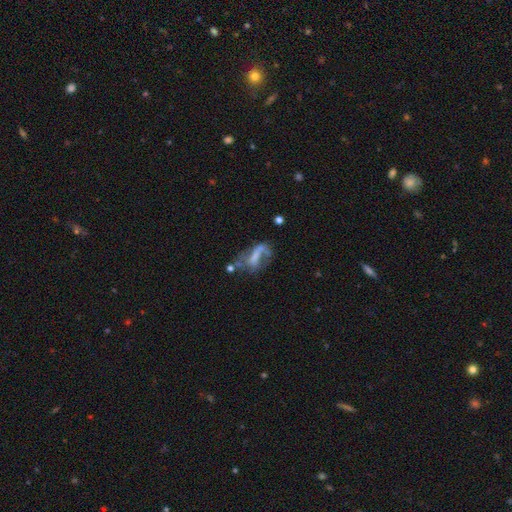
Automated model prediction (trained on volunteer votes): featured or disk 54%, smooth 33%, star or artifact 13%. Down the decision tree: edge-on disk — no (93%); bar — no (47%); spiral arms — no (55%); bulge size — none (53%); merging — major disturbance (37%).